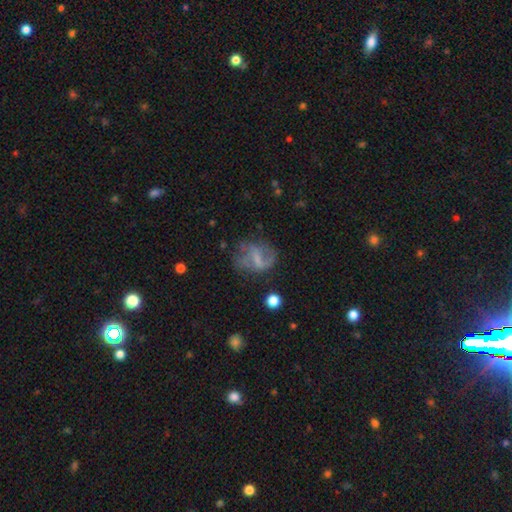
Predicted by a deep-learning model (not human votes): smooth-or-featured: featured or disk: 59% | smooth: 29% | star or artifact: 13%
  disk-edge-on: no: 96% | yes: 4%
    bar: weak: 44% | no: 31% | strong: 26%
    has-spiral-arms: yes: 65% | no: 35%
    bulge-size: none: 48% | small: 32% | moderate: 16% | large: 3% | dominant: 1%
  merging: none: 52% | minor disturbance: 22% | major disturbance: 22% | merger: 4%